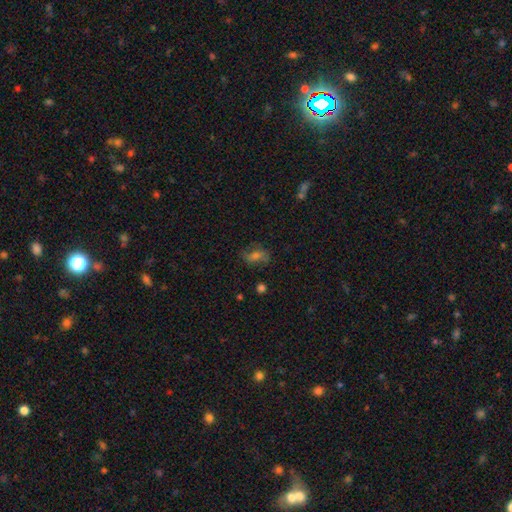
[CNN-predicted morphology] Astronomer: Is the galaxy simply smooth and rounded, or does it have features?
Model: smooth — 47% (runner-up: featured or disk, 34%).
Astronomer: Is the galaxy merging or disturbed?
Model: none — 73%.